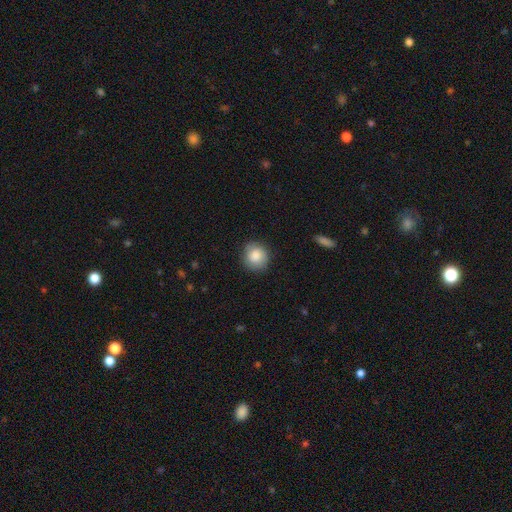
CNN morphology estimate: A smooth galaxy with no disk features (80%) that is round (86%). Merging: none (83%).